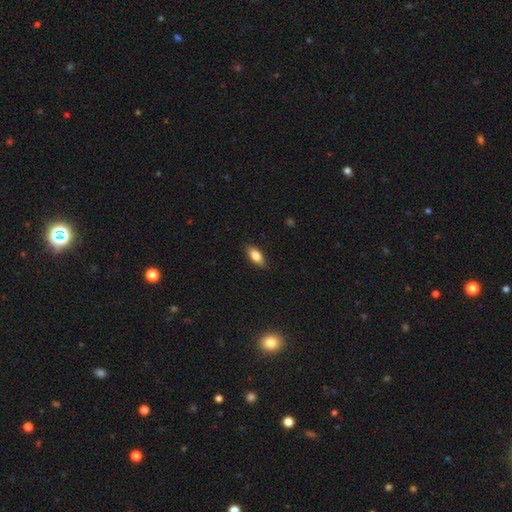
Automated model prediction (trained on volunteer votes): smooth-or-featured: smooth: 82% | featured or disk: 11% | star or artifact: 7%
  how-rounded: in between: 83% | cigar-shaped: 14% | round: 3%
  merging: none: 86% | minor disturbance: 11% | major disturbance: 2% | merger: 1%